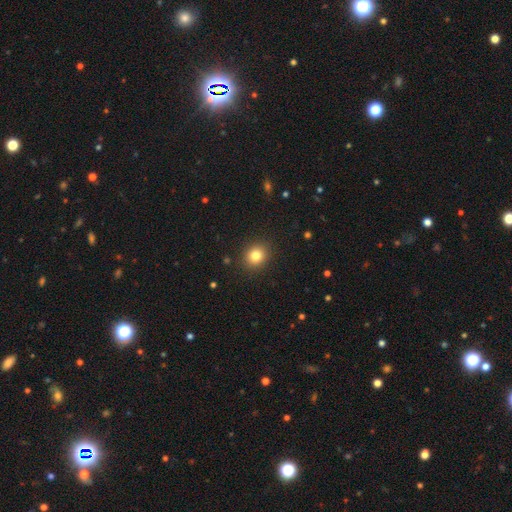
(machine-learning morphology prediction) type=smooth (81%); roundness=round (76%); merging=none (90%).